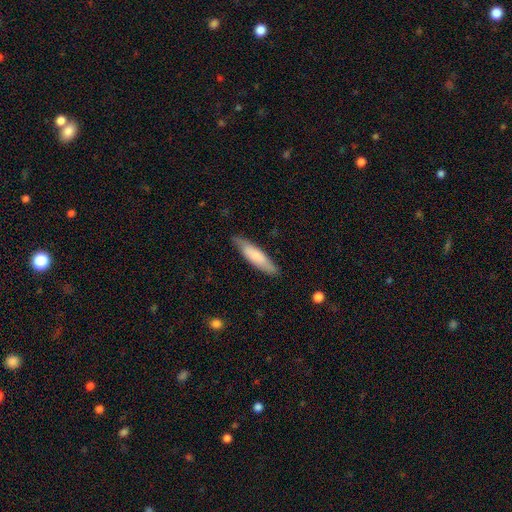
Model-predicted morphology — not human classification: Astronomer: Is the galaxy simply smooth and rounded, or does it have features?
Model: smooth — 70%.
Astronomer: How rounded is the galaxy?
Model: cigar-shaped — 74%.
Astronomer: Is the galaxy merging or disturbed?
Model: none — 83%.